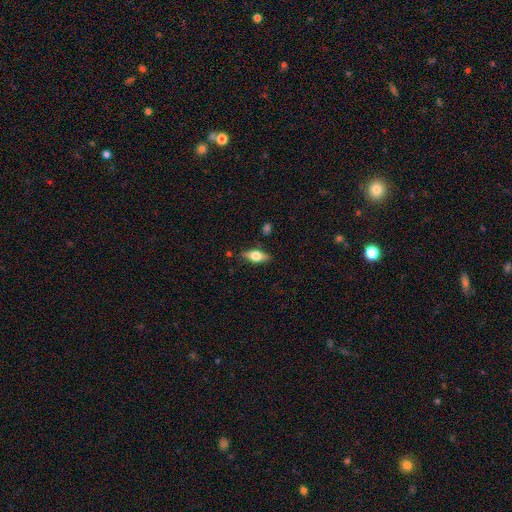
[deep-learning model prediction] Morphology: type=smooth (47%); merging=none (82%).